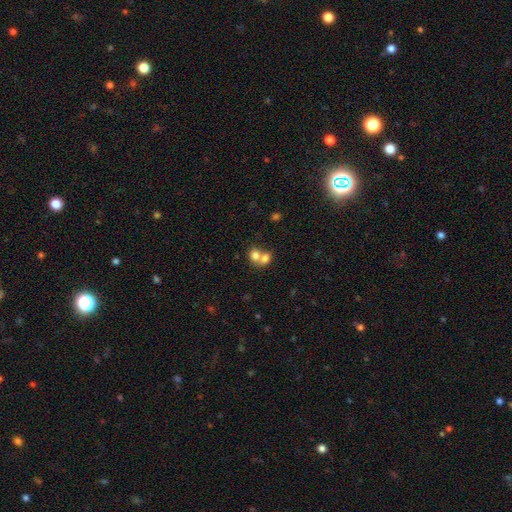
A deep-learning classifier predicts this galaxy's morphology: Q: Smooth or featured?
A: smooth (75%); runner-up: featured or disk (15%)
Q: How rounded?
A: round (62%); runner-up: in between (37%)
Q: Merging?
A: merger (69%); runner-up: none (23%)